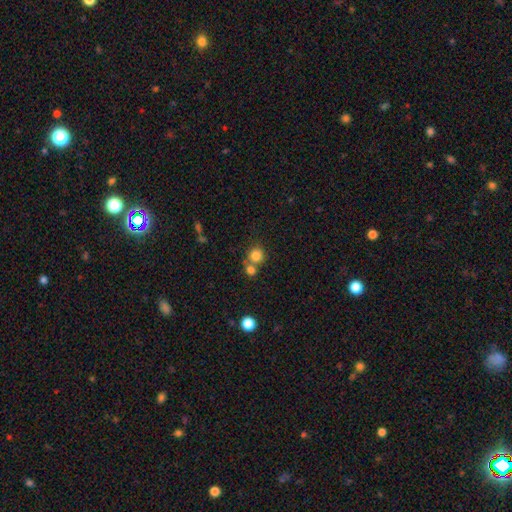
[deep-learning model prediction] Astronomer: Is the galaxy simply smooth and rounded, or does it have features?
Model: smooth — 80%.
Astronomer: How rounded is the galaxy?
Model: round — 89%.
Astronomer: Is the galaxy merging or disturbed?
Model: none — 53% (runner-up: merger, 36%).